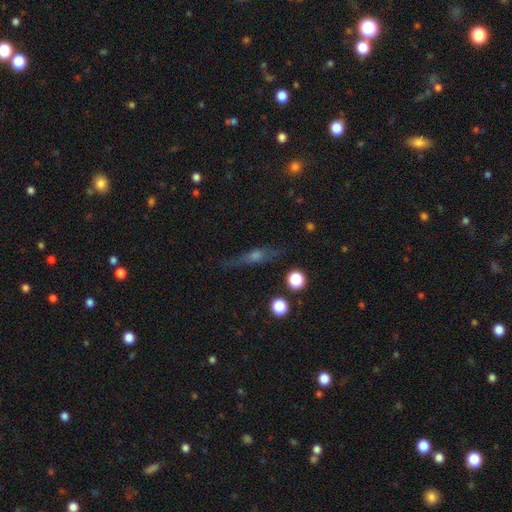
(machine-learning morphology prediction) Smooth or featured?
  - featured or disk: 57% *
  - smooth: 29%
  - star or artifact: 13%
Edge-on disk?
  - yes: 90% *
  - no: 10%
Edge-on bulge?
  - rounded: 84% *
  - none: 9%
  - boxy: 7%
Merging?
  - none: 78% *
  - minor disturbance: 15%
  - major disturbance: 5%
  - merger: 2%